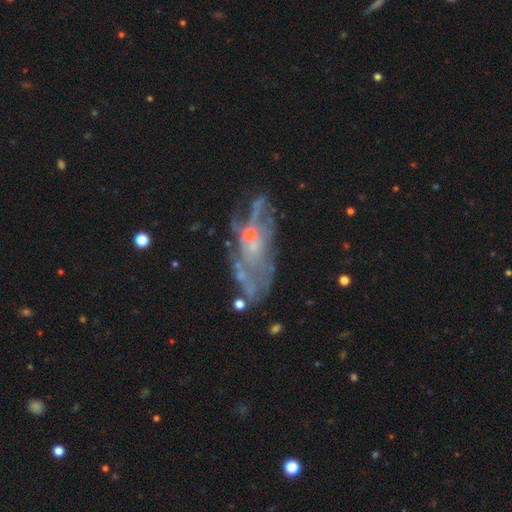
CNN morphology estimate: Smooth or featured? featured or disk (70%)
Edge-on disk? no (87%)
Bar? no (81%)
Spiral arms? no (55%)
Bulge size? small (65%)
Merging? none (51%)